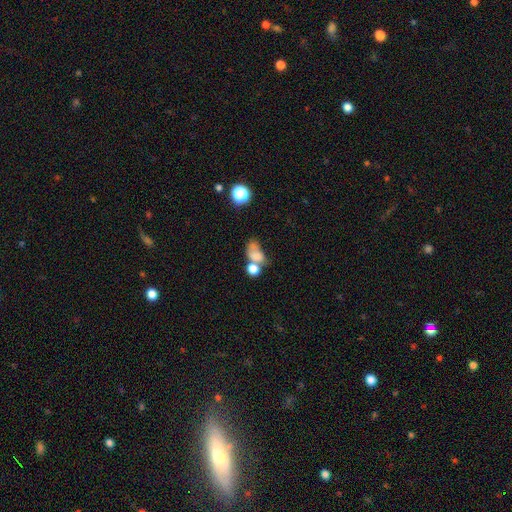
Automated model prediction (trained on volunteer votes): Morphology: type=smooth (68%); roundness=in between (75%); merging=merger (45%).